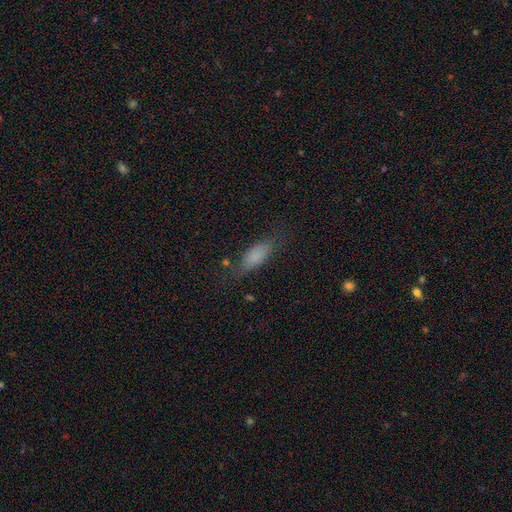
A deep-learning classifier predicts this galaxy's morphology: smooth_or_featured: smooth (p=0.78) [alt: featured or disk p=0.13]
how_rounded: in between (p=0.69) [alt: cigar-shaped p=0.29]
merging: none (p=0.68) [alt: minor disturbance p=0.21]